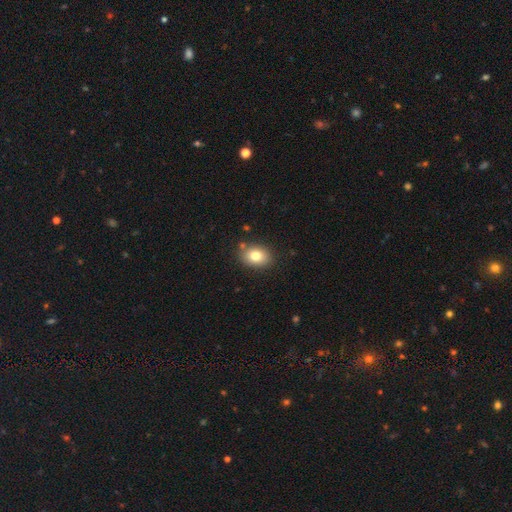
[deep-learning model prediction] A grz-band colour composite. It shows a smooth galaxy with no disk features (81%) that is in between round and cigar-shaped (69%). Merging: none (83%).